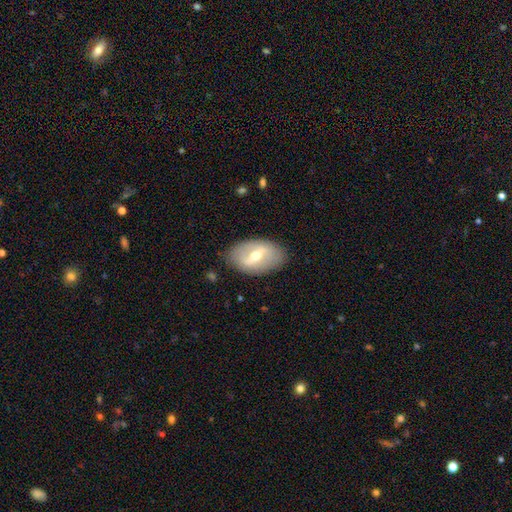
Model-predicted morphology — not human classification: Overall: featured or disk (60%; smooth 34%). Edge-on disk: no (88%). Bar: strong (50%; weak 38%). Spiral arms: no (71%). Bulge size: moderate (67%). Merging: none (82%).